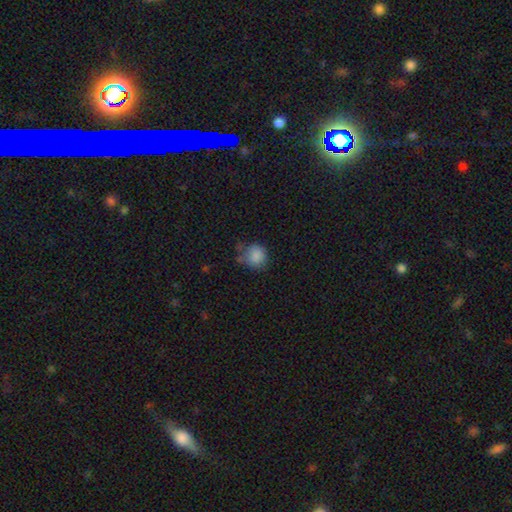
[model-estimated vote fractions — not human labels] Q: Smooth or featured?
A: smooth (85%); runner-up: star or artifact (9%)
Q: How rounded?
A: round (86%); runner-up: in between (13%)
Q: Merging?
A: none (64%); runner-up: minor disturbance (23%)